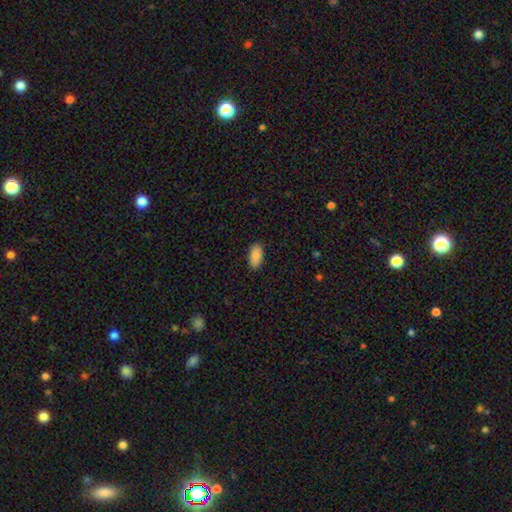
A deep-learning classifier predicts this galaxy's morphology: The model was most divided on "merging": none: 90%, minor disturbance: 8%, major disturbance: 2%, merger: 1%. More confident: how rounded — in between (93%); smooth or featured — smooth (89%).